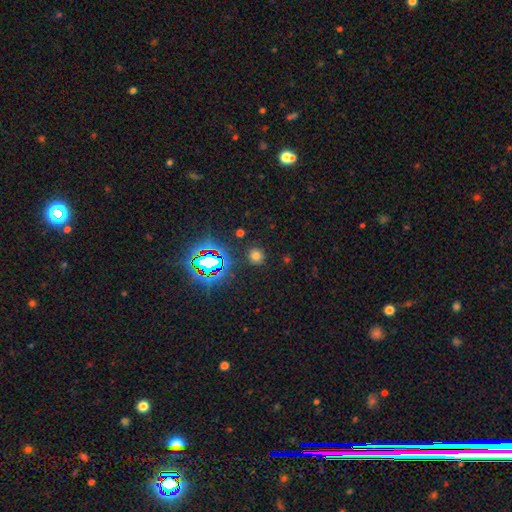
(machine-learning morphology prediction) A smooth galaxy with no disk features (66%) that is round (88%). Merging: none (87%).